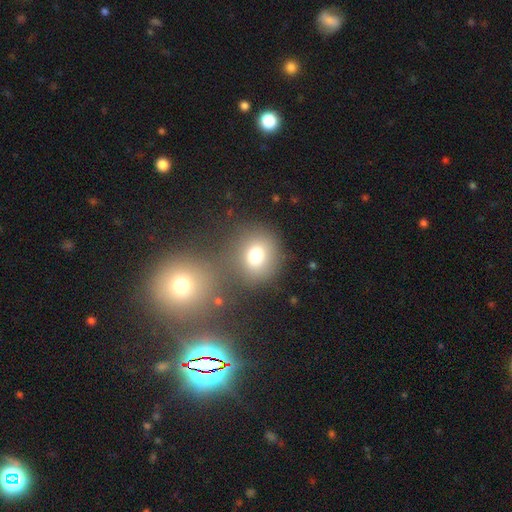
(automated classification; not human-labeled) Q: Smooth or featured?
A: smooth (74%); runner-up: star or artifact (15%)
Q: How rounded?
A: round (80%); runner-up: in between (19%)
Q: Merging?
A: none (68%); runner-up: merger (16%)